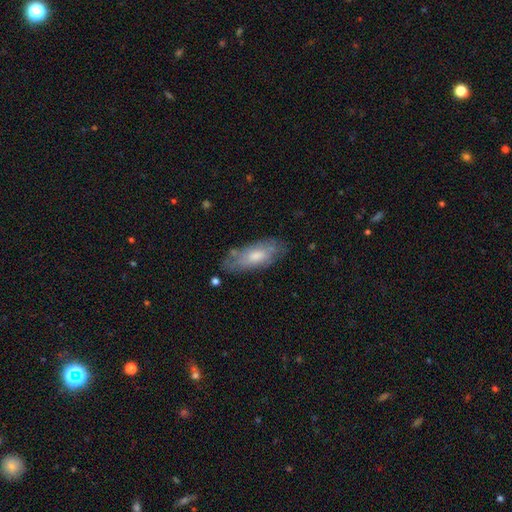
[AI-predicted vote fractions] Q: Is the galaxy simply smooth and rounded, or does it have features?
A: smooth — 52%.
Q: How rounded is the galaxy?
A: in between — 75%.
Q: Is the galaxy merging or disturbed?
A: none — 71%.